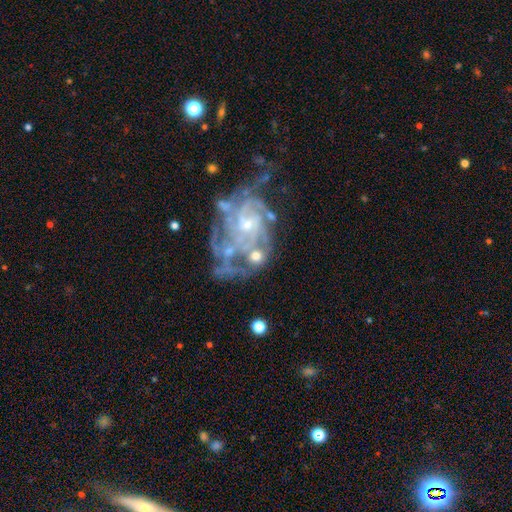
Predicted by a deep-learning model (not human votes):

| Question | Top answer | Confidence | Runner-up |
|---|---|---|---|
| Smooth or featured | featured or disk | 77% | smooth (12%) |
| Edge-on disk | no | 98% | yes (2%) |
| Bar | no | 71% | weak (22%) |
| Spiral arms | yes | 89% | no (11%) |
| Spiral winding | tight | 52% | medium (37%) |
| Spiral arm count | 4 | 28% | can't tell (25%) |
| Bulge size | small | 68% | moderate (23%) |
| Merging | none | 42% | merger (21%) |